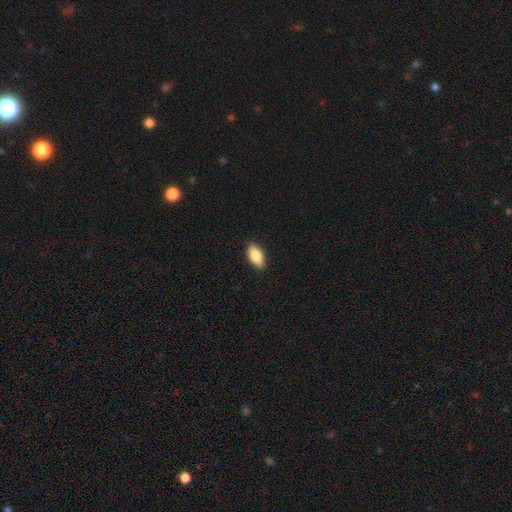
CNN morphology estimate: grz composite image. It shows a smooth galaxy with no disk features (85%) that is in between round and cigar-shaped (90%). Merging: none (89%).